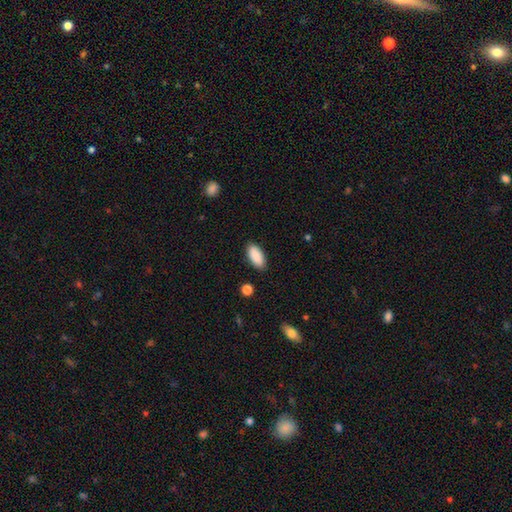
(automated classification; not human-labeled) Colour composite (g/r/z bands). It shows a smooth galaxy with no disk features (90%) that is in between round and cigar-shaped (90%). Merging: none (88%).